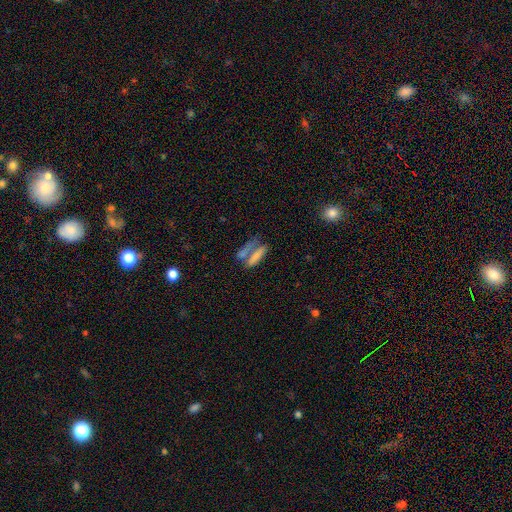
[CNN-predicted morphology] Q: Smooth or featured?
A: smooth (67%); runner-up: featured or disk (24%)
Q: How rounded?
A: cigar-shaped (64%); runner-up: in between (33%)
Q: Merging?
A: merger (42%); runner-up: none (37%)